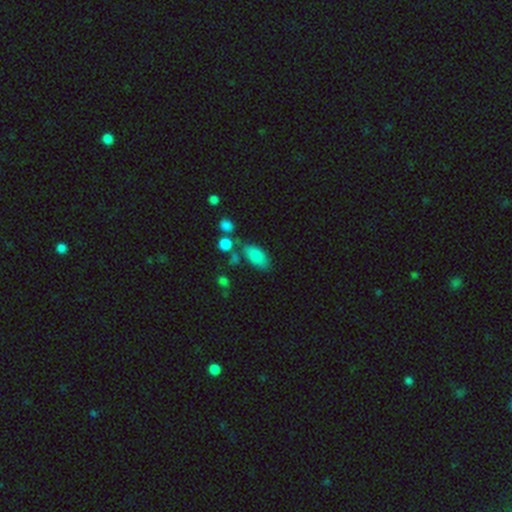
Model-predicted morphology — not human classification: This appears to be a smooth galaxy with no disk features (83%) that is in between round and cigar-shaped (90%). Merging: none (61%).